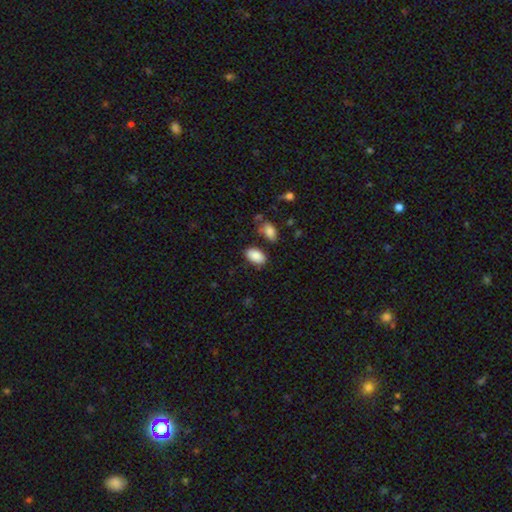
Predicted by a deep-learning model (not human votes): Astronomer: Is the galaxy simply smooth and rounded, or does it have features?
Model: smooth — 88%.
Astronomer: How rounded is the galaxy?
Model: in between — 93%.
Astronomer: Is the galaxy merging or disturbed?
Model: none — 78%.